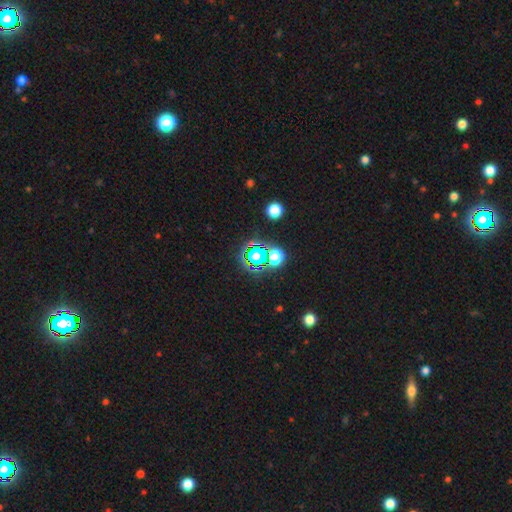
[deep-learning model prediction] This is possibly a star or artifact rather than a galaxy (58%).